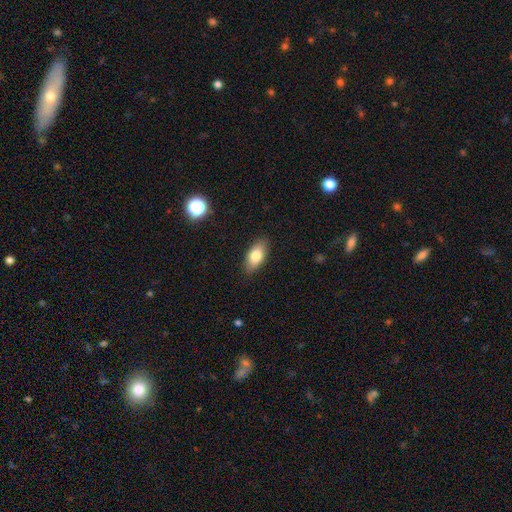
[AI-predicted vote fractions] smooth_or_featured: smooth (p=0.80) [alt: featured or disk p=0.13]
how_rounded: in between (p=0.87) [alt: cigar-shaped p=0.09]
merging: none (p=0.87) [alt: minor disturbance p=0.10]